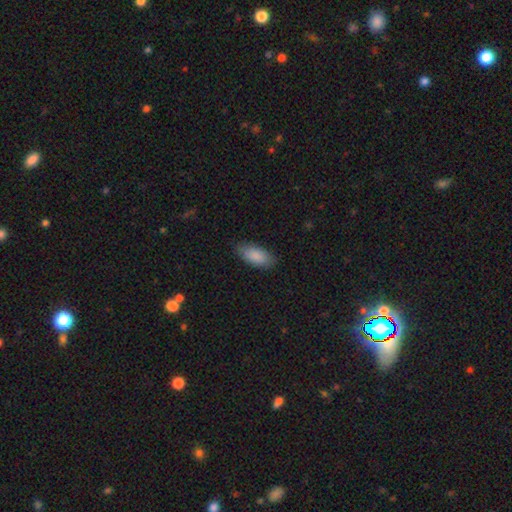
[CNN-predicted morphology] smooth 88%, featured or disk 6%, star or artifact 6%. Down the decision tree: how rounded — in between (89%); merging — none (83%).